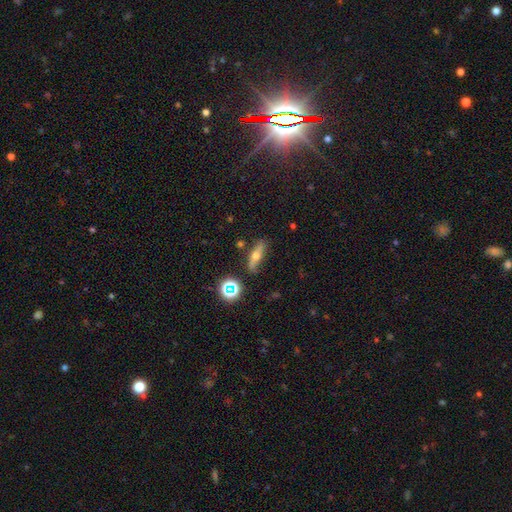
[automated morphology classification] Smooth or featured? featured or disk (44%)
Merging? none (74%)